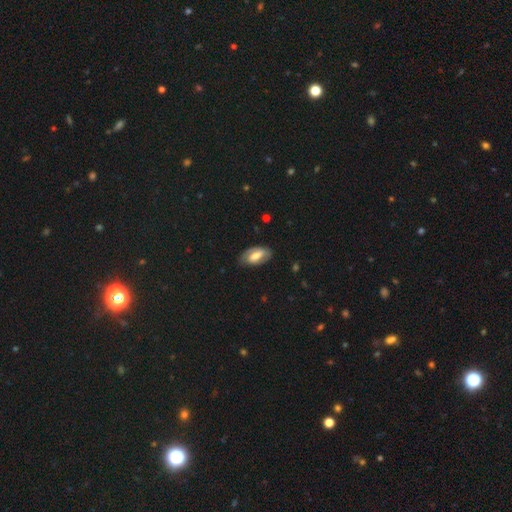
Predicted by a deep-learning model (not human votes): Smooth or featured? Predicted: smooth (p=0.48). Merging? Predicted: none (p=0.77).